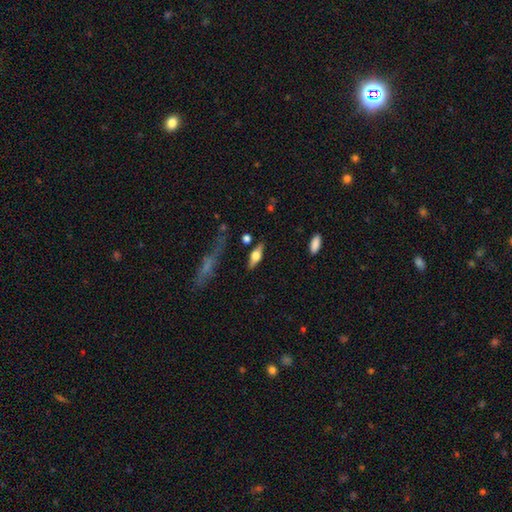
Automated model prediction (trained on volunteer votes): Q: Smooth or featured?
A: featured or disk (52%); runner-up: smooth (41%)
Q: Edge-on disk?
A: yes (90%); runner-up: no (10%)
Q: Merging?
A: none (80%); runner-up: minor disturbance (13%)